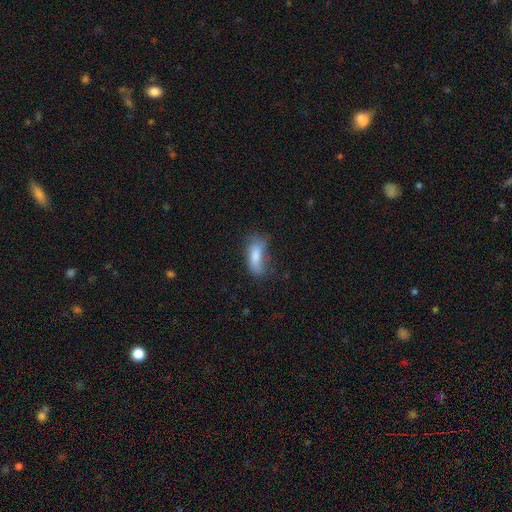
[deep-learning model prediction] This is likely a smooth galaxy (77%). How rounded: likely in between (76%). Merging: possibly none (46%).